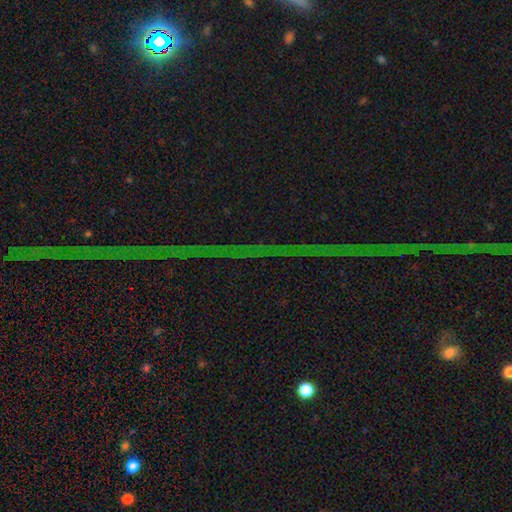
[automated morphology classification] Smooth or featured? Predicted: star or artifact (p=0.81).